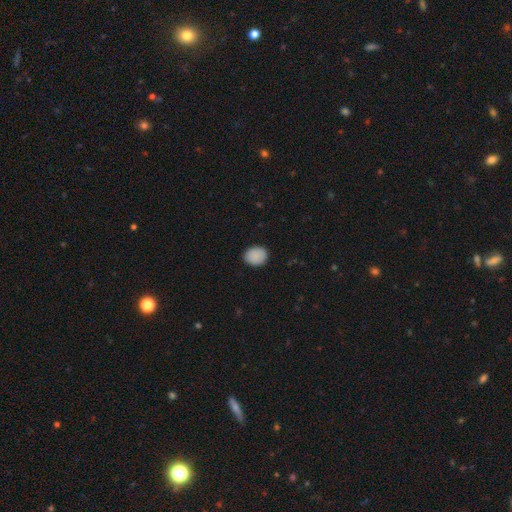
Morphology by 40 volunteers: type=smooth (95%); roundness=in between (55%); merging=none (90%).